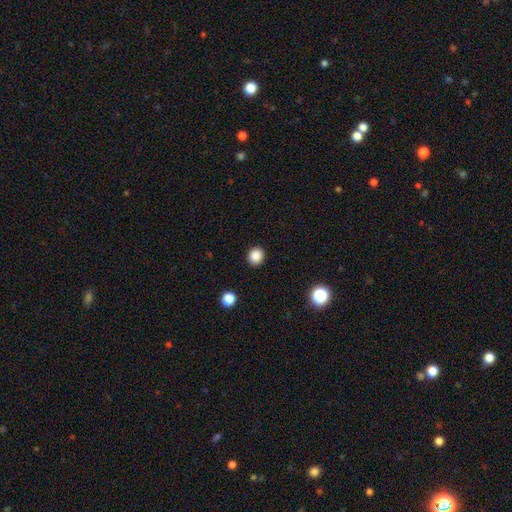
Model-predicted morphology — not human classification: Overall: smooth (87%). How rounded: round (81%). Merging: none (92%).